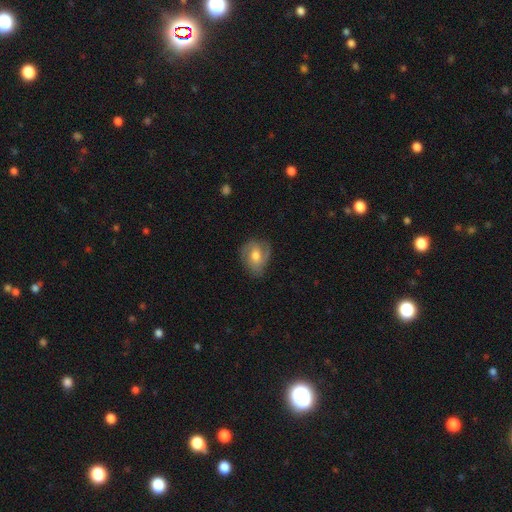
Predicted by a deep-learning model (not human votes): A featured or disk galaxy (53%) with no bar (59%), spiral arms (82%) and a moderate central bulge (68%). Merging: none (63%).